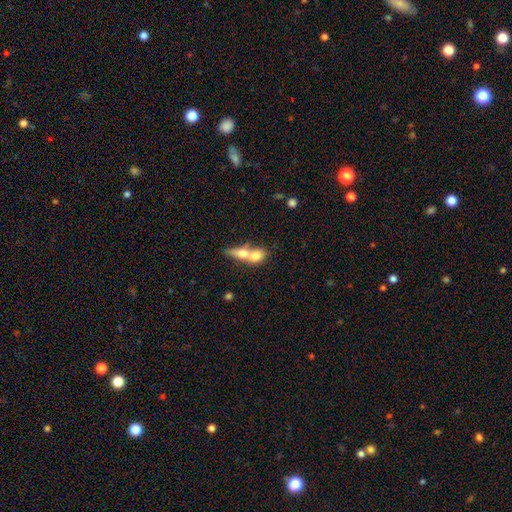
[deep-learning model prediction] The model was most divided on "how rounded": in between: 57%, round: 26%, cigar-shaped: 17%. More confident: merging — merger (72%); smooth or featured — smooth (68%).